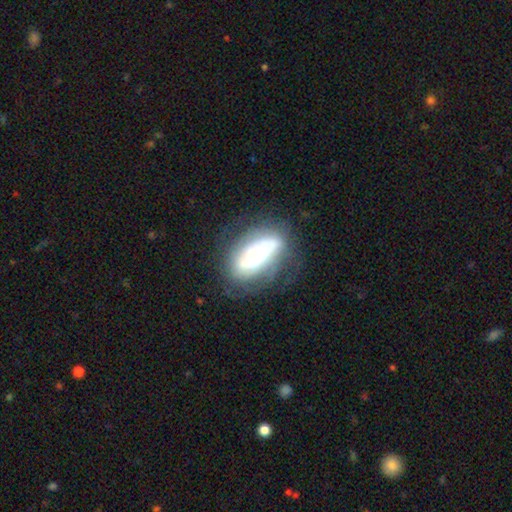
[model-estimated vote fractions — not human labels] This appears to be a featured or disk galaxy (58%) with no bar (44%), spiral arms (57%) and a large central bulge (36%). Merging: none (54%).